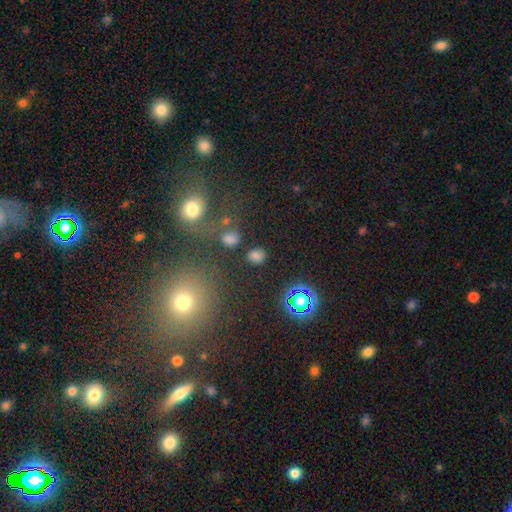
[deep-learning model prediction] Morphology: type=smooth (69%); roundness=round (71%); merging=none (78%).